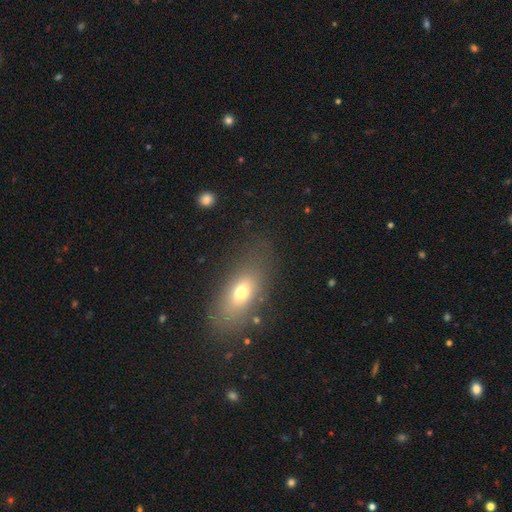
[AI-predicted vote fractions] Morphology: type=smooth (61%); roundness=in between (77%); merging=none (79%).